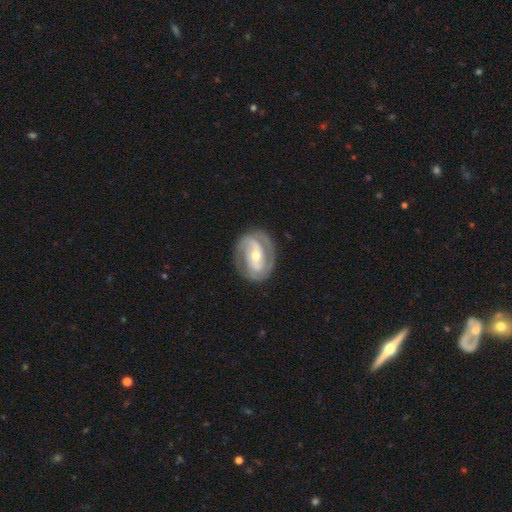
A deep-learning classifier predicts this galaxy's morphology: The model was most divided on "bar": strong: 38%, weak: 34%, no: 29%. Remaining: edge-on disk — no (96%); spiral arms — yes (88%); smooth or featured — featured or disk (82%); spiral arm count — 2 (81%); merging — none (79%); bulge size — moderate (58%); spiral winding — tight (47%).